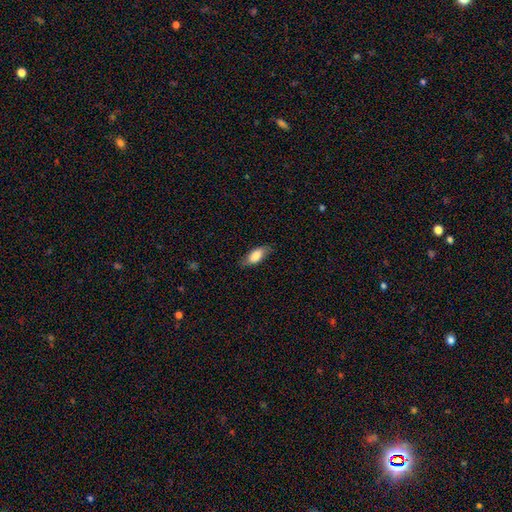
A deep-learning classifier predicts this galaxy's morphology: smooth 80%, featured or disk 13%, star or artifact 6%. Down the decision tree: how rounded — in between (81%); merging — none (77%).